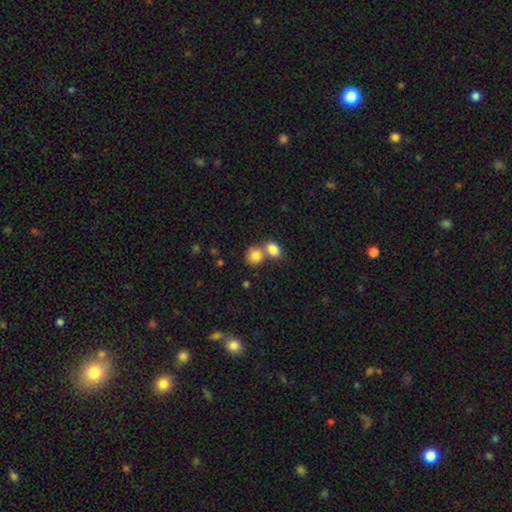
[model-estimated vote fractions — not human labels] The model was most divided on "merging": merger: 54%, none: 35%, minor disturbance: 8%, major disturbance: 3%. More confident: smooth or featured — smooth (83%); how rounded — round (63%).